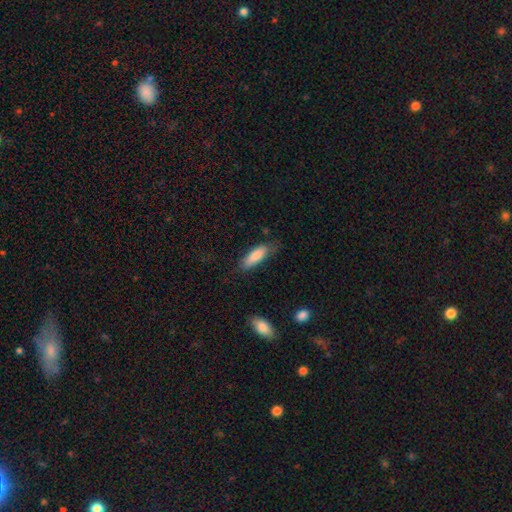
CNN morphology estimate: A smooth galaxy with no disk features (84%) that is in between round and cigar-shaped (54%). Merging: none (68%).